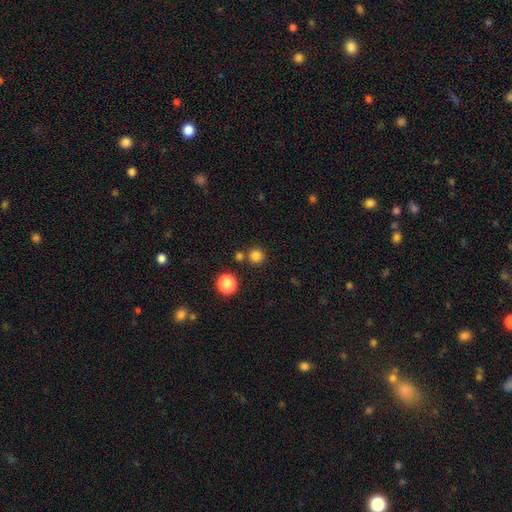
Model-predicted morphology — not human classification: This is clearly a smooth galaxy (80%). How rounded: clearly round (94%). Merging: likely none (79%).